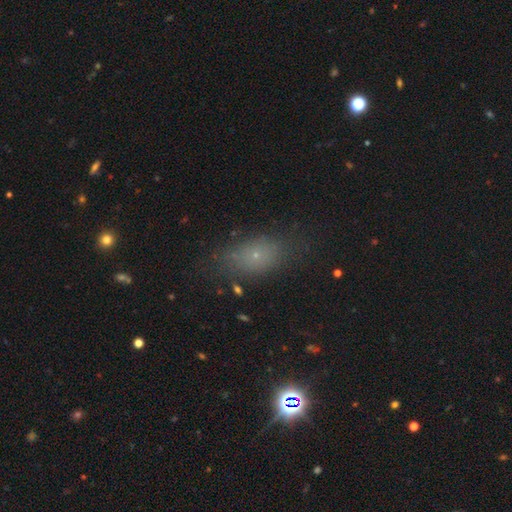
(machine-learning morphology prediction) A smooth galaxy with no disk features (64%) that is in between round and cigar-shaped (77%).

Vote fractions:
- Smooth or featured? smooth: 64% / star or artifact: 20% / featured or disk: 15%
- How rounded? in between: 77% / round: 16% / cigar-shaped: 6%
- Merging? none: 72% / minor disturbance: 18% / major disturbance: 8% / merger: 2%